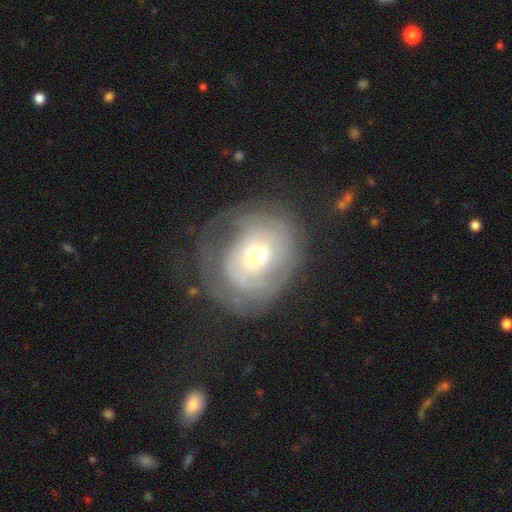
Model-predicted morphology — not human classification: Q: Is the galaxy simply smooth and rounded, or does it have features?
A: featured or disk — 60%.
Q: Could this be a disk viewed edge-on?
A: no — 96%.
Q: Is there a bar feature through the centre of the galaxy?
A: no — 68%.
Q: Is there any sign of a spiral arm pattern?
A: yes — 60%.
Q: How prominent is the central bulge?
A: moderate — 64%.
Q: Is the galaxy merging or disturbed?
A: none — 52%.